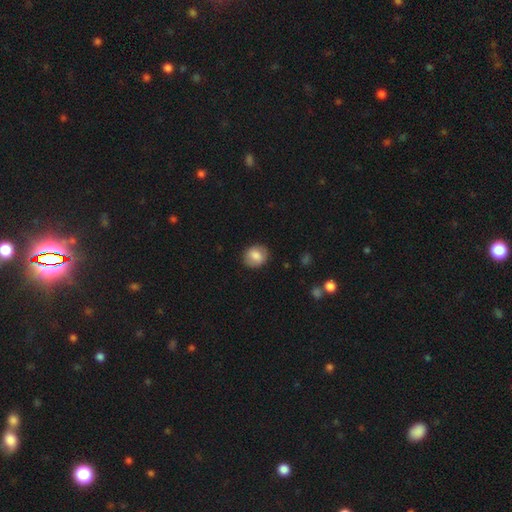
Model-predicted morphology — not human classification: Smooth or featured? Predicted: smooth (p=0.81). How rounded? Predicted: round (p=0.63). Merging? Predicted: none (p=0.83).